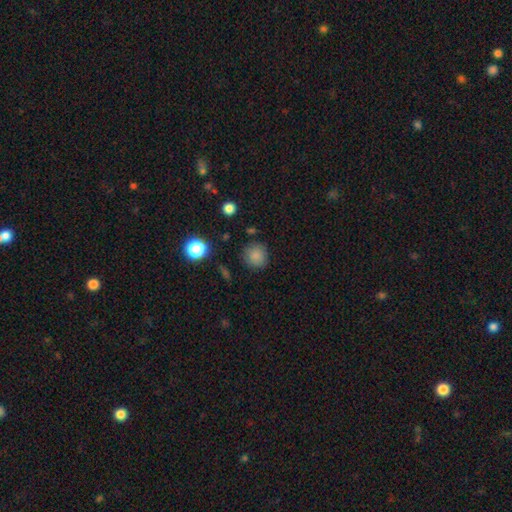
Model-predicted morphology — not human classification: smooth_or_featured: smooth (p=0.84) [alt: star or artifact p=0.12]
how_rounded: round (p=0.92) [alt: in between p=0.07]
merging: none (p=0.85) [alt: minor disturbance p=0.10]